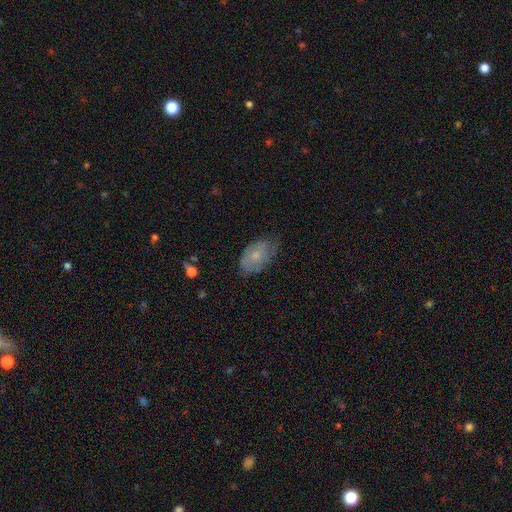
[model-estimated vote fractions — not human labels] The model was most divided on "smooth or featured": smooth: 59%, featured or disk: 33%, star or artifact: 7%. More confident: how rounded — in between (90%); merging — none (64%).